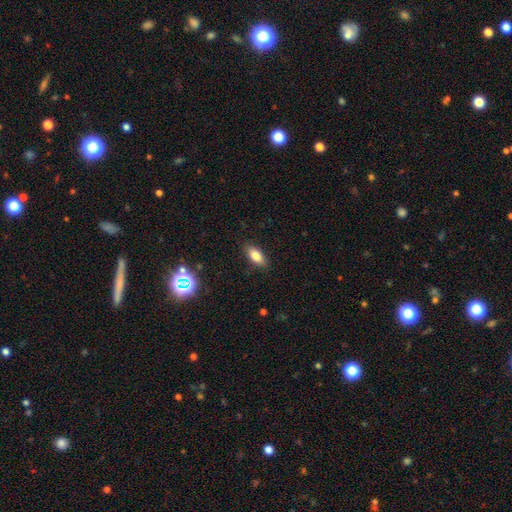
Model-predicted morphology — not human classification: A smooth galaxy with no disk features (81%) that is in between round and cigar-shaped (85%). Merging: none (87%).